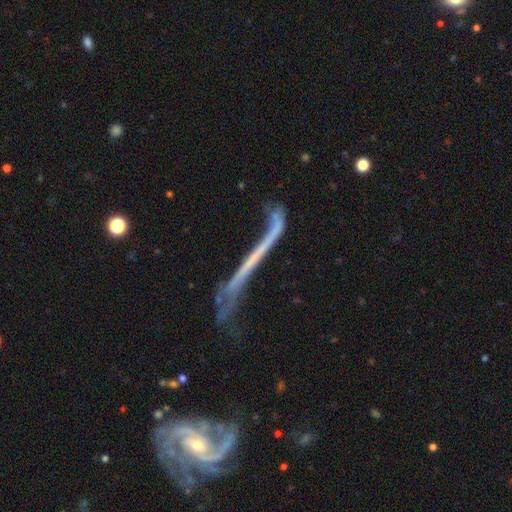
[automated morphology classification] A featured or disk galaxy (69%) viewed edge-on (62%). Merging: none (33%).